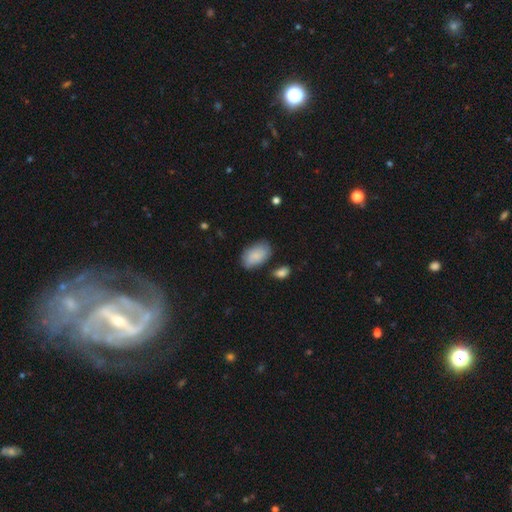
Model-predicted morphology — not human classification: smooth 85%, featured or disk 9%, star or artifact 6%. Down the decision tree: how rounded — in between (93%); merging — none (73%).